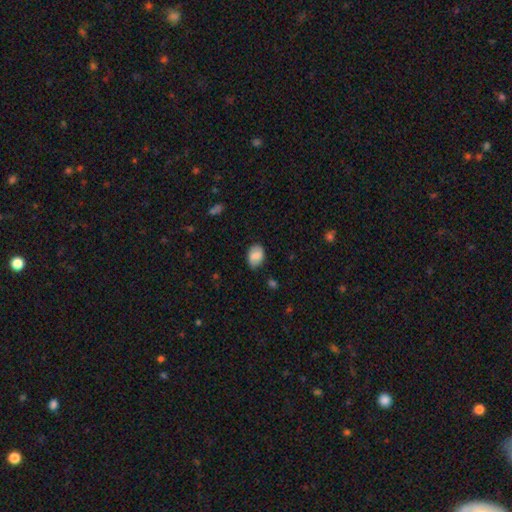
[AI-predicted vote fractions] Smooth or featured: smooth — 82% (featured or disk — 10%)
How rounded: in between — 78% (round — 21%)
Merging: none — 76% (minor disturbance — 19%)